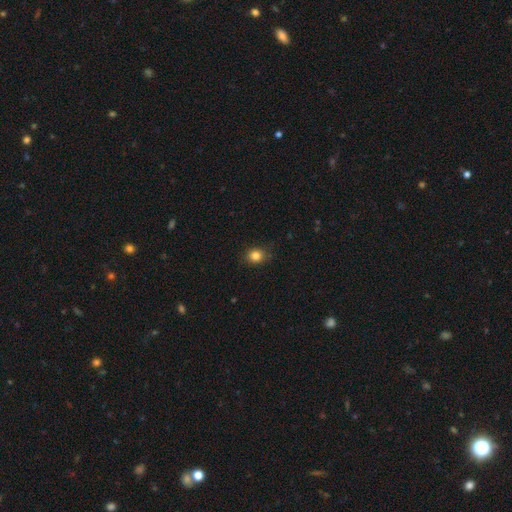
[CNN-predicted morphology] smooth 83%, star or artifact 11%, featured or disk 5%. Down the decision tree: how rounded — round (71%); merging — none (84%).